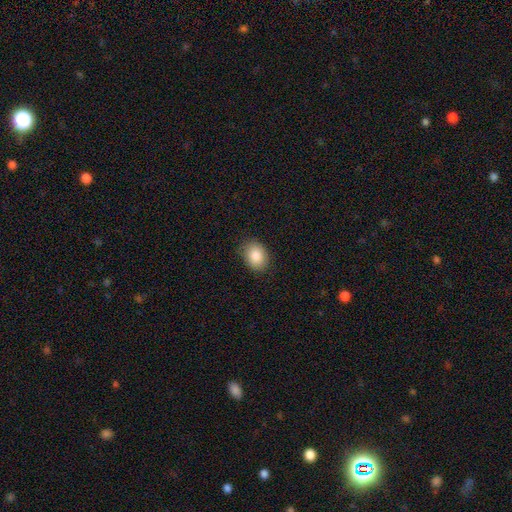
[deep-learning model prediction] This appears to be a smooth galaxy with no disk features (87%) that is in between round and cigar-shaped (67%). Merging: none (84%).